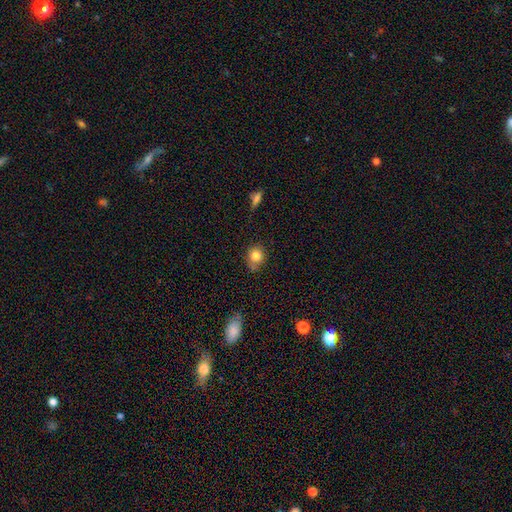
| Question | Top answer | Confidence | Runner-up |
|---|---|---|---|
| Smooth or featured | smooth | 87% | star or artifact (8%) |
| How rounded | round | 73% | in between (27%) |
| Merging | minor disturbance | 51% | none (40%) |